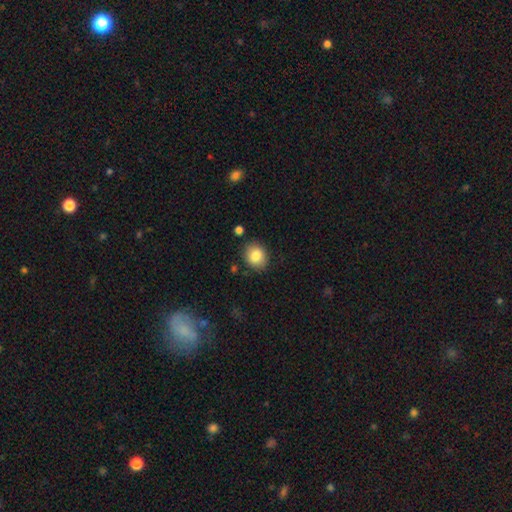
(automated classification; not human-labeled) This appears to be a smooth galaxy with no disk features (83%) that is round (65%). Merging: none (84%).